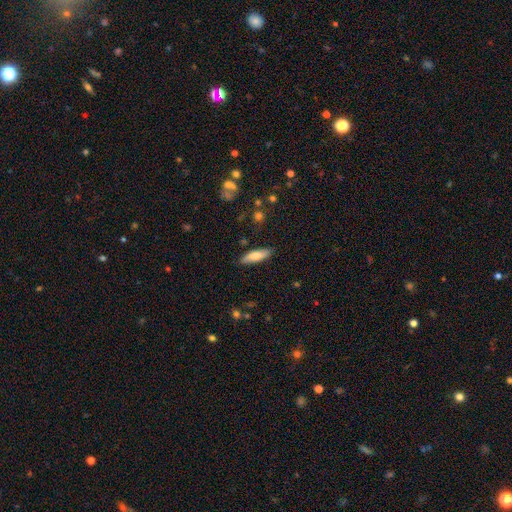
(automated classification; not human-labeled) Smooth or featured?
  - smooth: 71% *
  - featured or disk: 22%
  - star or artifact: 6%
How rounded?
  - cigar-shaped: 55% *
  - in between: 43%
  - round: 2%
Merging?
  - none: 84% *
  - minor disturbance: 12%
  - major disturbance: 2%
  - merger: 1%